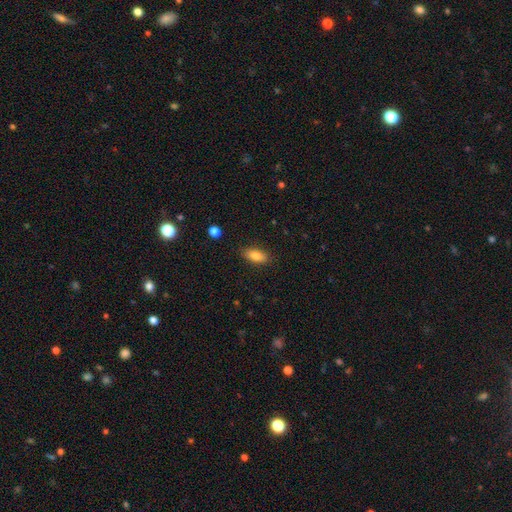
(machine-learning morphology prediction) smooth-or-featured: smooth: 82% | featured or disk: 10% | star or artifact: 8%
  how-rounded: in between: 83% | cigar-shaped: 14% | round: 3%
  merging: none: 87% | minor disturbance: 9% | major disturbance: 2% | merger: 1%